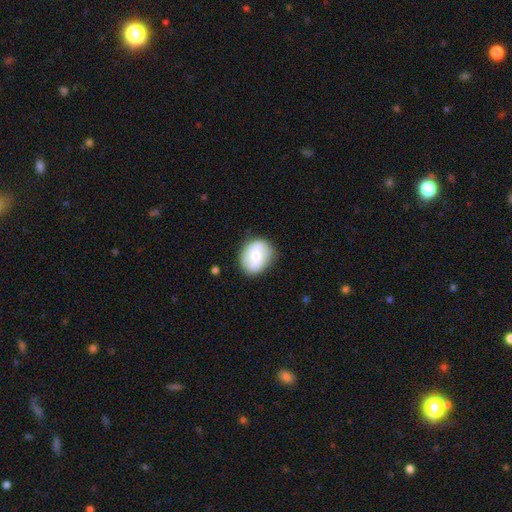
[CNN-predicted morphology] Smooth or featured? Predicted: smooth (p=0.62). How rounded? Predicted: round (p=0.58). Merging? Predicted: none (p=0.74).